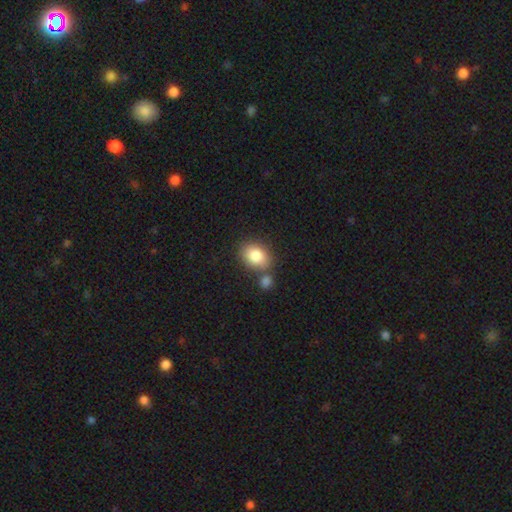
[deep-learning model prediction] The model was most divided on "how rounded": in between: 61%, round: 38%, cigar-shaped: 1%. More confident: smooth or featured — smooth (83%); merging — none (60%).